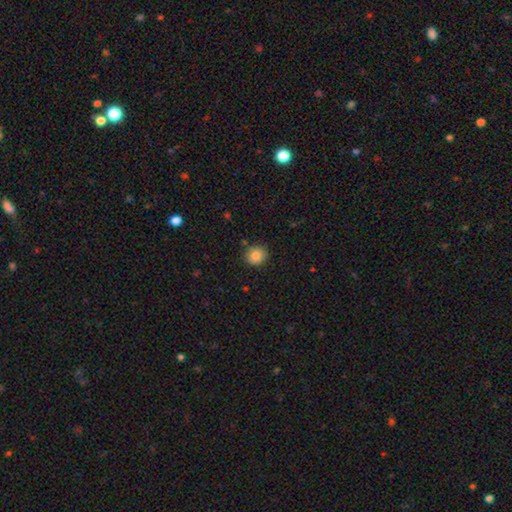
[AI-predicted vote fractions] Smooth or featured? Predicted: smooth (p=0.85). How rounded? Predicted: round (p=0.83). Merging? Predicted: none (p=0.86).